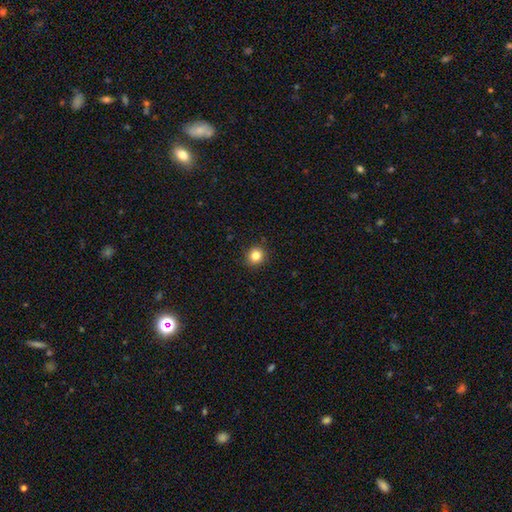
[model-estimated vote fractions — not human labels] A smooth galaxy with no disk features (83%) that is round (88%). Merging: none (91%).